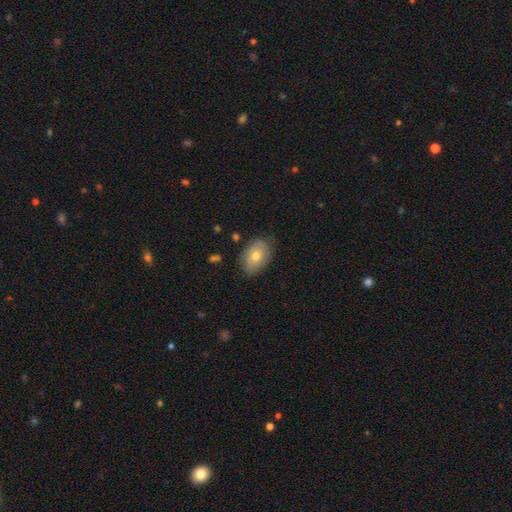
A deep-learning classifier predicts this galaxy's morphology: Smooth or featured: smooth — 67% (featured or disk — 25%)
How rounded: in between — 86% (round — 12%)
Merging: none — 79% (minor disturbance — 17%)